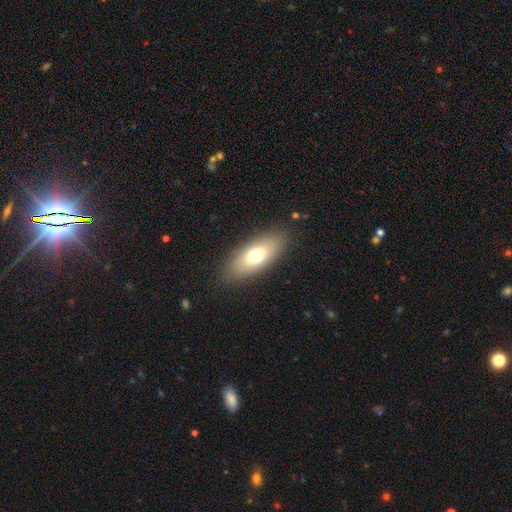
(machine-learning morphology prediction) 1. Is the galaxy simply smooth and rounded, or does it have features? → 69% smooth, 24% featured or disk, 8% star or artifact.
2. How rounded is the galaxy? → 77% in between, 19% cigar-shaped, 3% round.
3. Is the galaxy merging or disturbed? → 86% none, 10% minor disturbance, 3% major disturbance, 1% merger.